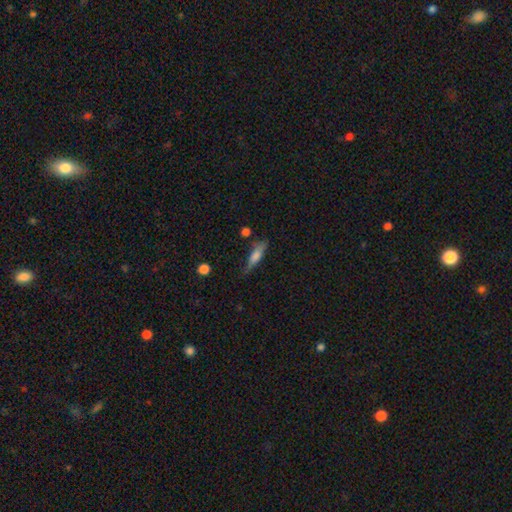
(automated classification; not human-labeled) Overall: smooth (68%). How rounded: cigar-shaped (62%; in between 36%). Merging: none (56%; minor disturbance 29%).